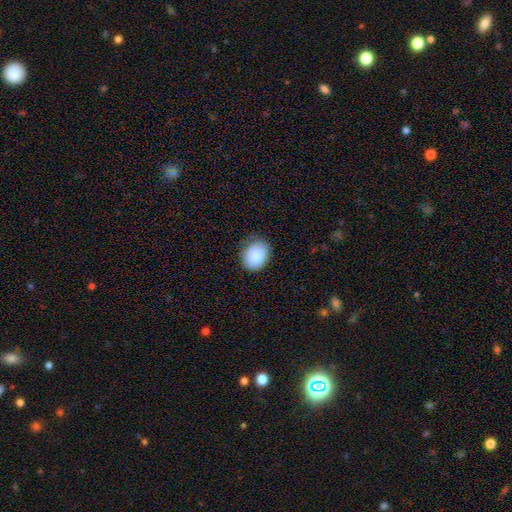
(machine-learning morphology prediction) Smooth or featured? Predicted: smooth (p=0.88). How rounded? Predicted: round (p=0.51). Merging? Predicted: none (p=0.75).